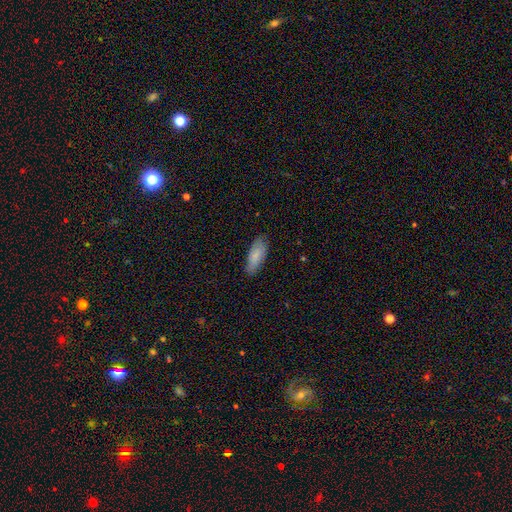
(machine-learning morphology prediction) Smooth or featured?
  - smooth: 84% *
  - featured or disk: 10%
  - star or artifact: 6%
How rounded?
  - in between: 77% *
  - cigar-shaped: 22%
  - round: 2%
Merging?
  - none: 81% *
  - minor disturbance: 15%
  - major disturbance: 3%
  - merger: 1%